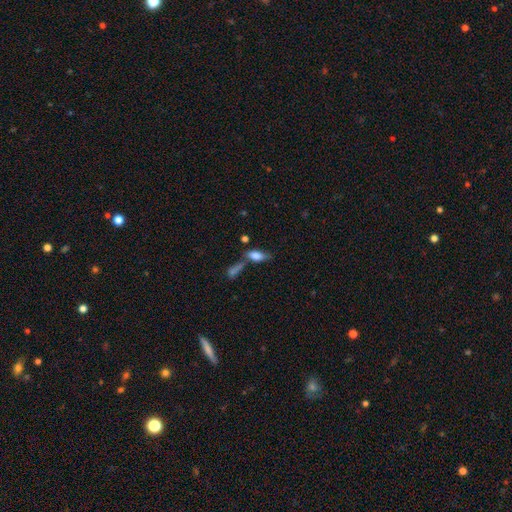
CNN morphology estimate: The model was most divided on "merging": none: 44%, merger: 32%, minor disturbance: 16%, major disturbance: 8%. More confident: how rounded — in between (78%); smooth or featured — smooth (73%).